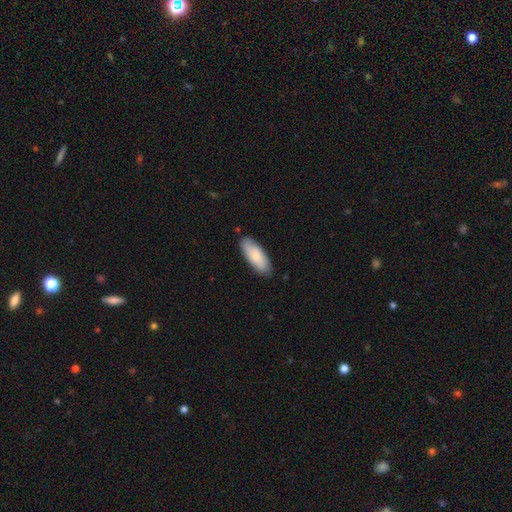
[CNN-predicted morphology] Q: Smooth or featured?
A: smooth (81%); runner-up: featured or disk (14%)
Q: How rounded?
A: in between (75%); runner-up: cigar-shaped (24%)
Q: Merging?
A: none (84%); runner-up: minor disturbance (12%)